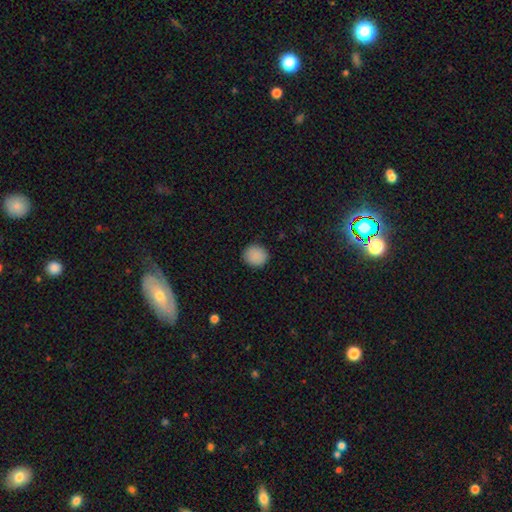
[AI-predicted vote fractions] A smooth galaxy with no disk features (89%) that is round (86%). Merging: none (89%).